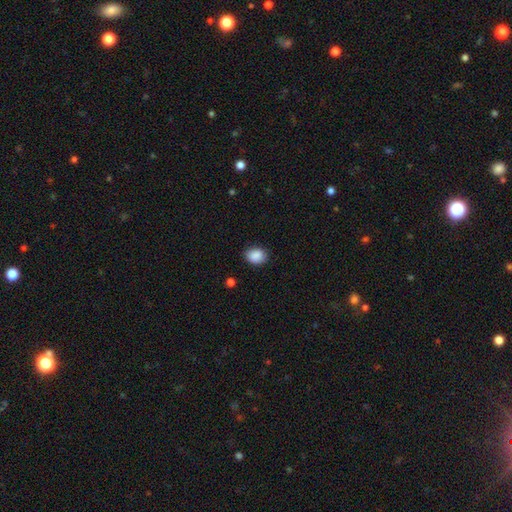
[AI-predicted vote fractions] The model was most divided on "how rounded": in between: 56%, round: 43%, cigar-shaped: 1%. More confident: smooth or featured — smooth (89%); merging — none (84%).